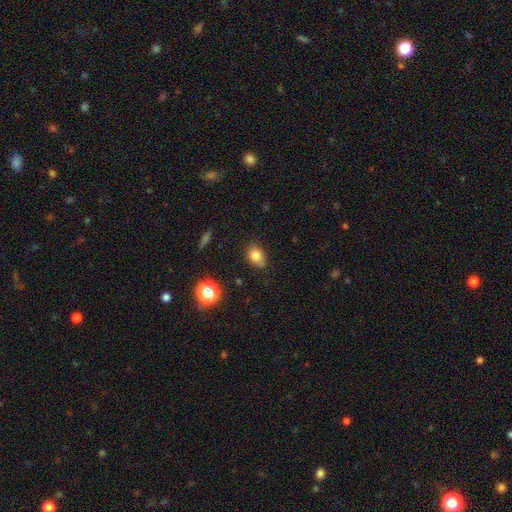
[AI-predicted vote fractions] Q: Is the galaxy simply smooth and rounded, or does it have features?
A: smooth — 80%.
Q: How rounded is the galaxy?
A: in between — 68%.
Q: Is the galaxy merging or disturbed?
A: none — 71%.